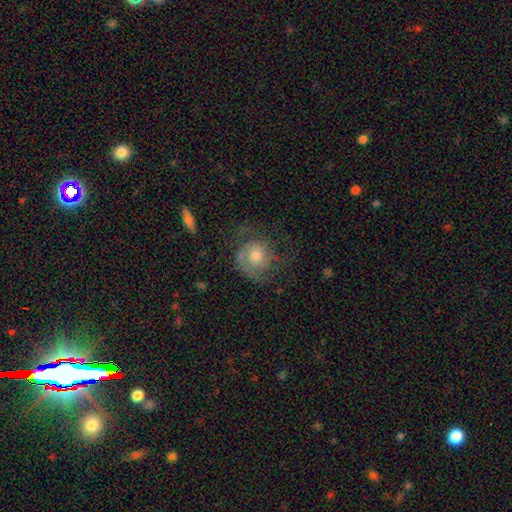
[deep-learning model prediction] featured or disk 57%, smooth 34%, star or artifact 9%. Down the decision tree: edge-on disk — no (97%); bar — no (77%); spiral arms — yes (84%); bulge size — moderate (61%); merging — none (57%).